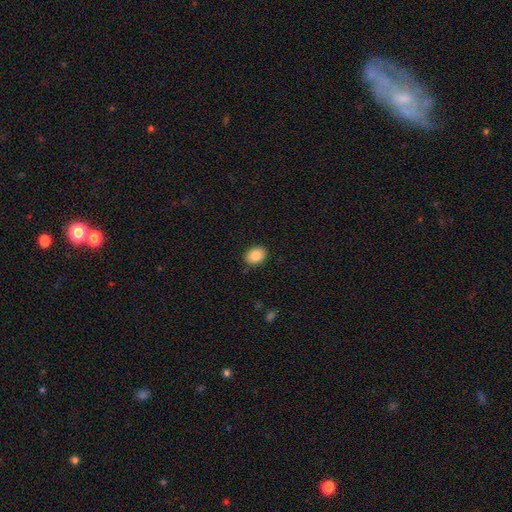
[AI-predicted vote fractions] Smooth or featured?
  - smooth: 85% *
  - star or artifact: 8%
  - featured or disk: 7%
How rounded?
  - in between: 62% *
  - round: 37%
  - cigar-shaped: 1%
Merging?
  - none: 87% *
  - minor disturbance: 10%
  - major disturbance: 2%
  - merger: 1%